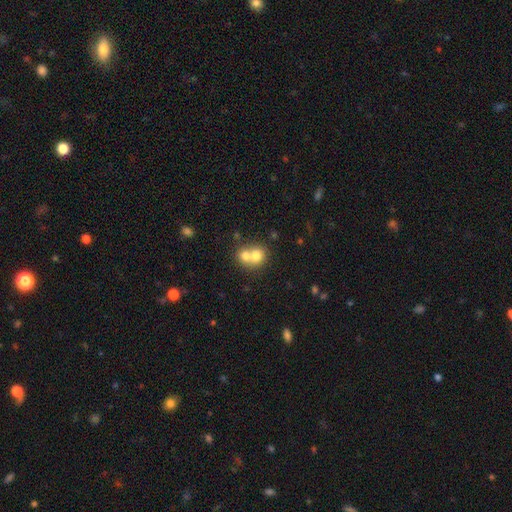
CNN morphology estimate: A smooth galaxy with no disk features (72%) that is round (74%).

Vote fractions:
- Smooth or featured? smooth: 72% / featured or disk: 19% / star or artifact: 10%
- How rounded? round: 74% / in between: 26% / cigar-shaped: 1%
- Merging? merger: 69% / none: 24% / minor disturbance: 5% / major disturbance: 2%